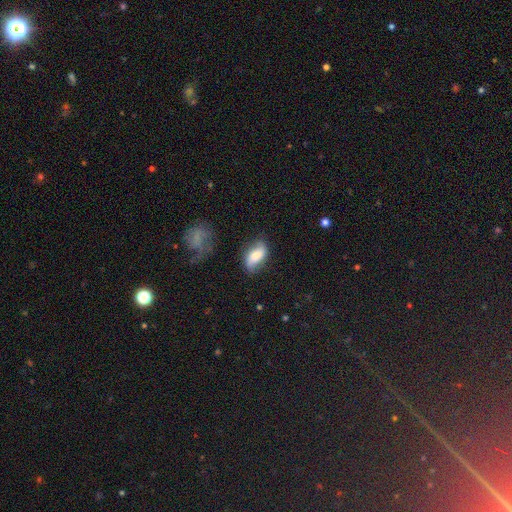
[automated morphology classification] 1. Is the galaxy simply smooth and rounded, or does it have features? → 59% smooth, 33% featured or disk, 8% star or artifact.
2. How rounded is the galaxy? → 88% in between, 7% cigar-shaped, 5% round.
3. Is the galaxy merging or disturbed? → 64% none, 25% minor disturbance, 8% major disturbance, 3% merger.